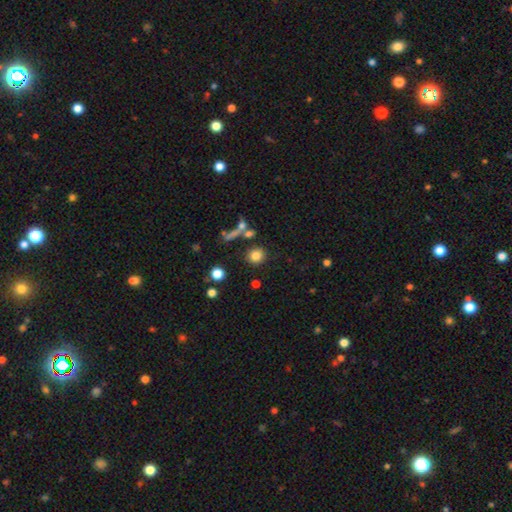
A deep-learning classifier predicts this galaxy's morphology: smooth 80%, star or artifact 12%, featured or disk 8%. Down the decision tree: how rounded — round (86%); merging — none (78%).